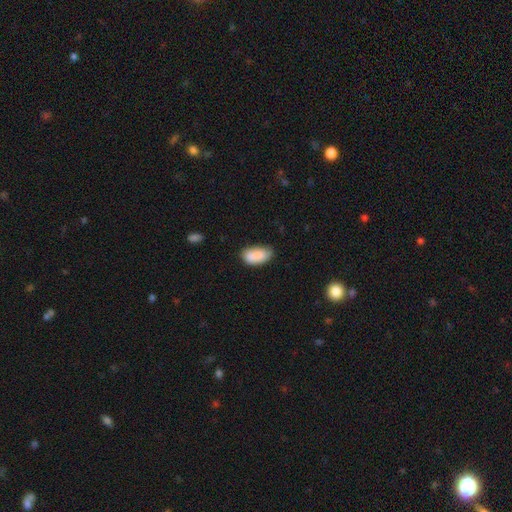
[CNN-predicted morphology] Smooth or featured?
  - smooth: 86% *
  - star or artifact: 7%
  - featured or disk: 6%
How rounded?
  - in between: 93% *
  - round: 3%
  - cigar-shaped: 3%
Merging?
  - none: 68% *
  - minor disturbance: 23%
  - major disturbance: 4%
  - merger: 4%